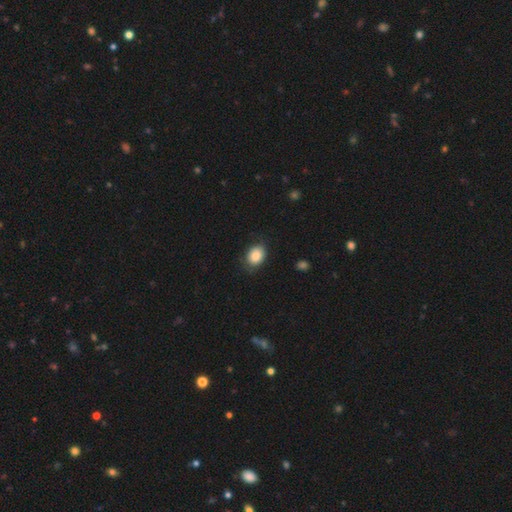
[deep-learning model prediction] A smooth galaxy with no disk features (87%) that is in between round and cigar-shaped (65%). Merging: none (78%).